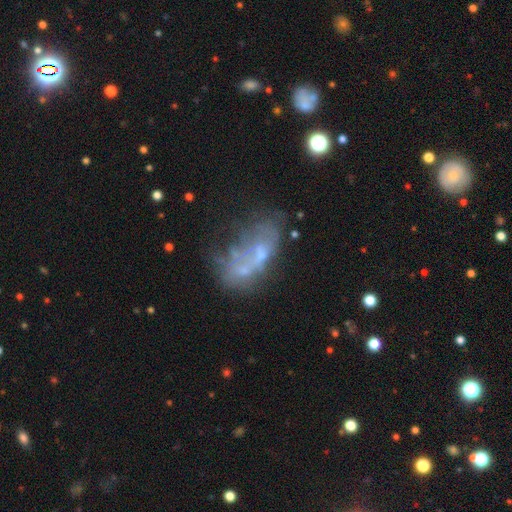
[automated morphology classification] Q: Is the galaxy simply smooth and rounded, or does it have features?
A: featured or disk — 49%.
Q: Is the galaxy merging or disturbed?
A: merger — 33%.